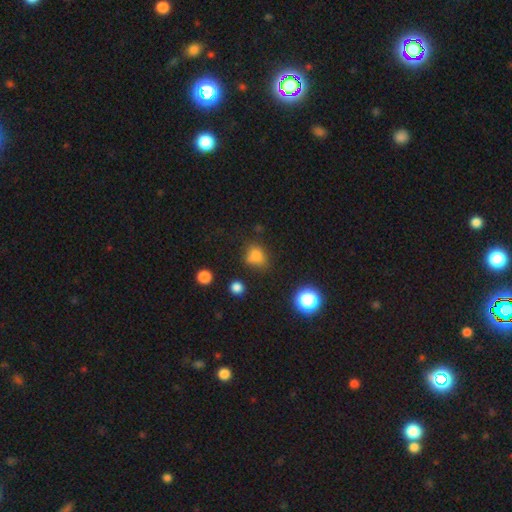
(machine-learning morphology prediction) This appears to be a smooth galaxy with no disk features (75%) that is round (53%). Merging: none (54%).